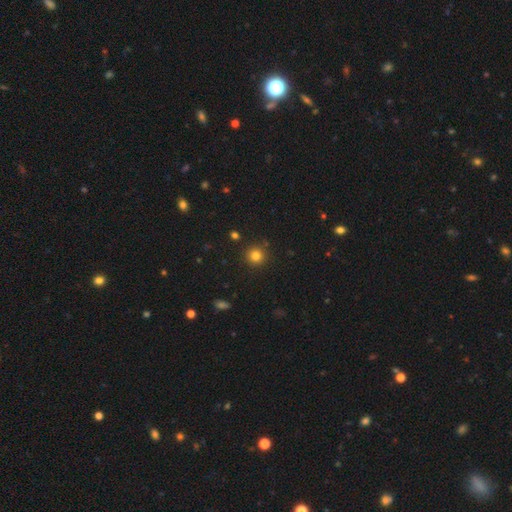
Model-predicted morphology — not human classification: Overall: smooth (80%). How rounded: round (94%). Merging: none (89%).